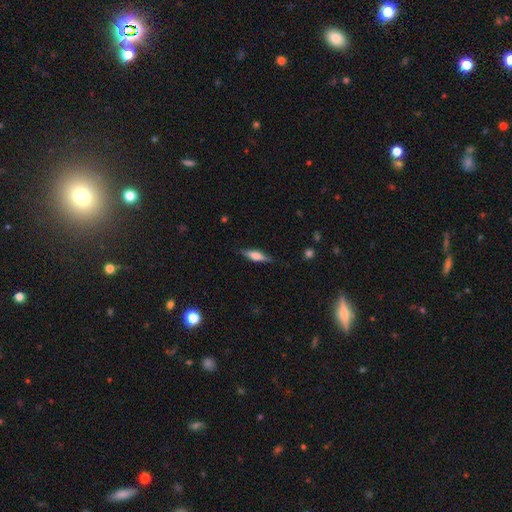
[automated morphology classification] A smooth galaxy with no disk features (50%) that is cigar-shaped (64%).

Vote fractions:
- Smooth or featured? smooth: 50% / featured or disk: 44% / star or artifact: 6%
- How rounded? cigar-shaped: 64% / in between: 34% / round: 2%
- Merging? none: 85% / minor disturbance: 12% / major disturbance: 2% / merger: 1%